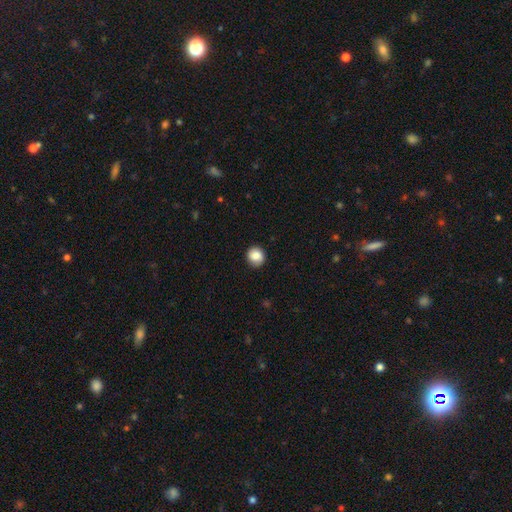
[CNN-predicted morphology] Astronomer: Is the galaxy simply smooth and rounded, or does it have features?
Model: smooth — 85%.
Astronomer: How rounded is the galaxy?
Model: round — 86%.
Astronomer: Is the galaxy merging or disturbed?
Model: none — 86%.